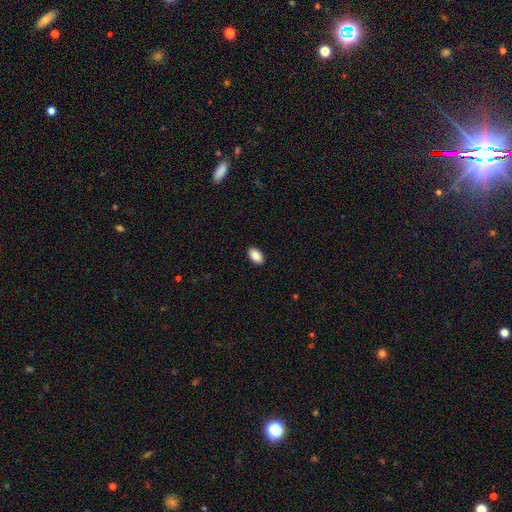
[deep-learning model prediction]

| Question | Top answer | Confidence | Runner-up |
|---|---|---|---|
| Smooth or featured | smooth | 90% | star or artifact (7%) |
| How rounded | in between | 94% | round (5%) |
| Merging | none | 90% | minor disturbance (8%) |